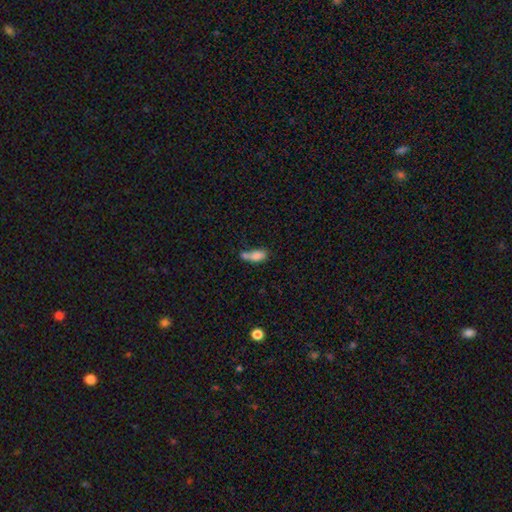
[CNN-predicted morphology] Smooth or featured? smooth (77%)
How rounded? in between (82%)
Merging? merger (48%)